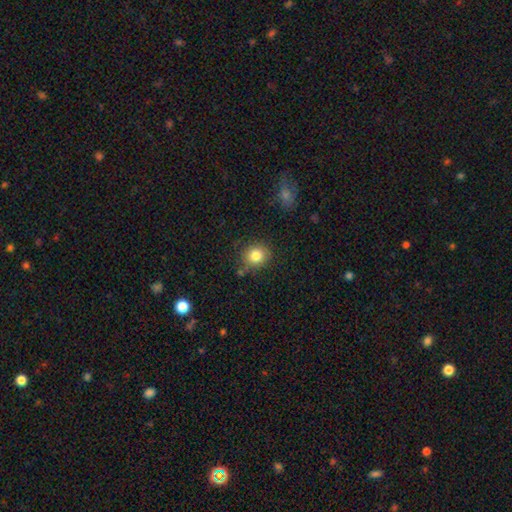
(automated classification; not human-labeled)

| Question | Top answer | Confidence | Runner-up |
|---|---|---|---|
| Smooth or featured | smooth | 82% | star or artifact (11%) |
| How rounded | round | 81% | in between (18%) |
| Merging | none | 81% | minor disturbance (12%) |